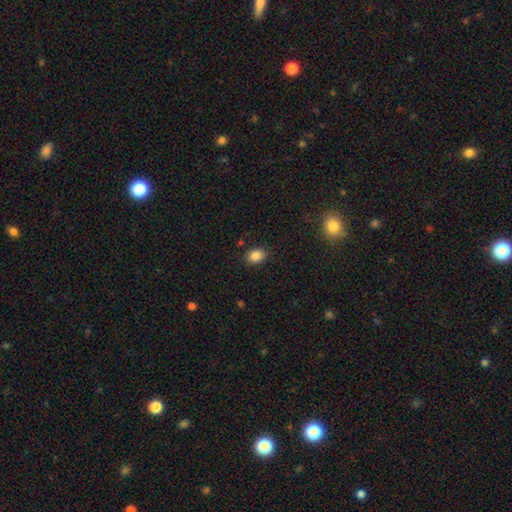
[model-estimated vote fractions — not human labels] smooth-or-featured: smooth: 86% | star or artifact: 10% | featured or disk: 4%
  how-rounded: in between: 64% | round: 35% | cigar-shaped: 1%
  merging: none: 87% | minor disturbance: 9% | major disturbance: 2% | merger: 1%